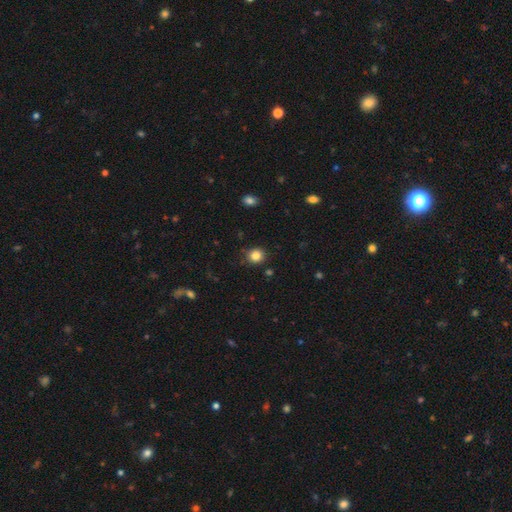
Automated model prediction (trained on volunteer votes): Smooth or featured: smooth — 84% (star or artifact — 11%)
How rounded: round — 81% (in between — 18%)
Merging: none — 85% (minor disturbance — 10%)